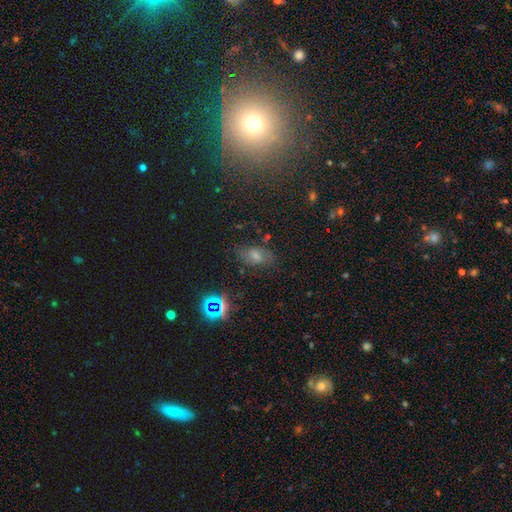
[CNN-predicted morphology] type=smooth (46%); merging=none (68%).